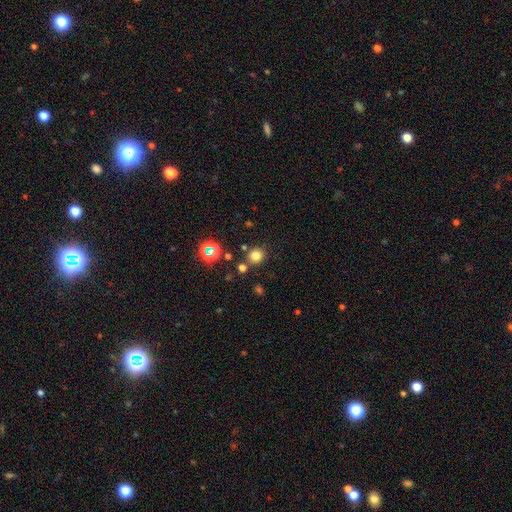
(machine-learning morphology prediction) Smooth or featured?
  - smooth: 76% *
  - star or artifact: 18%
  - featured or disk: 6%
How rounded?
  - round: 88% *
  - in between: 11%
  - cigar-shaped: 1%
Merging?
  - none: 82% *
  - minor disturbance: 8%
  - merger: 6%
  - major disturbance: 3%